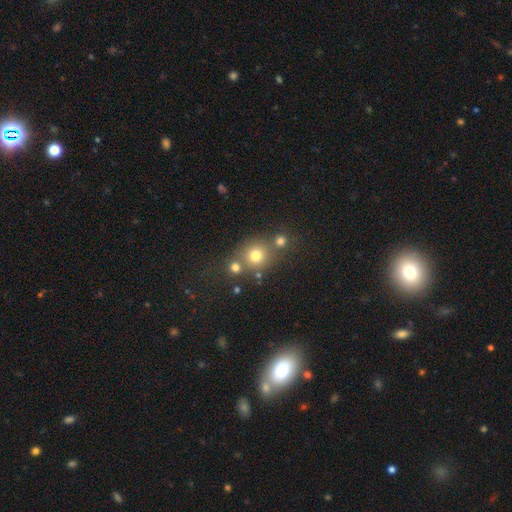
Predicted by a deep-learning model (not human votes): Smooth or featured: smooth — 74% (star or artifact — 17%)
How rounded: round — 85% (in between — 14%)
Merging: none — 64% (merger — 23%)